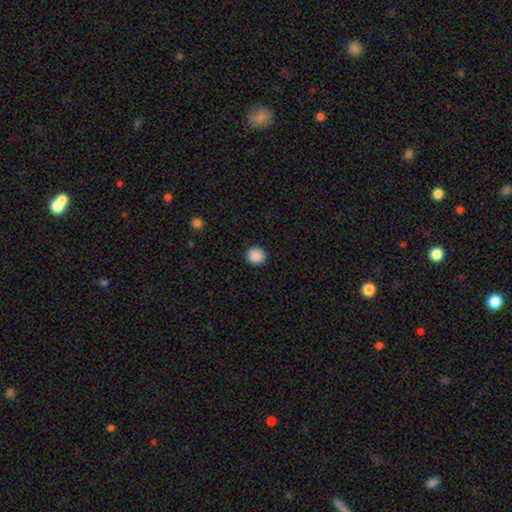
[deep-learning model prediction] smooth_or_featured: smooth (p=0.89) [alt: star or artifact p=0.09]
how_rounded: round (p=0.86) [alt: in between p=0.13]
merging: none (p=0.92) [alt: minor disturbance p=0.05]